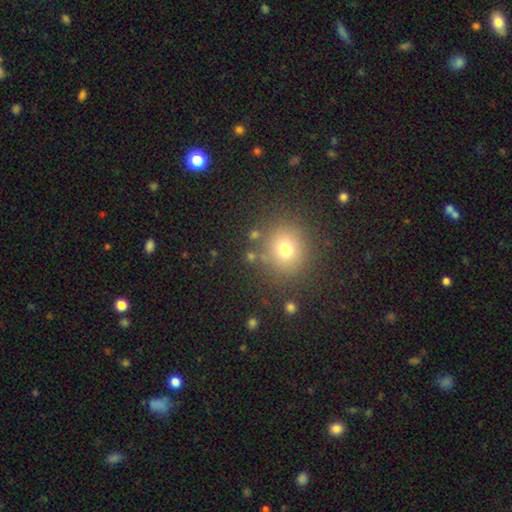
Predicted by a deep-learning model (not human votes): Smooth or featured? Predicted: smooth (p=0.71). How rounded? Predicted: round (p=0.85). Merging? Predicted: none (p=0.84).